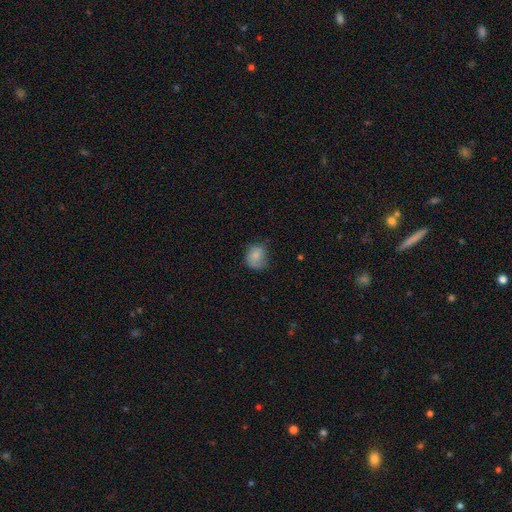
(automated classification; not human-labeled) Smooth or featured? smooth (77%)
How rounded? round (65%)
Merging? none (58%)